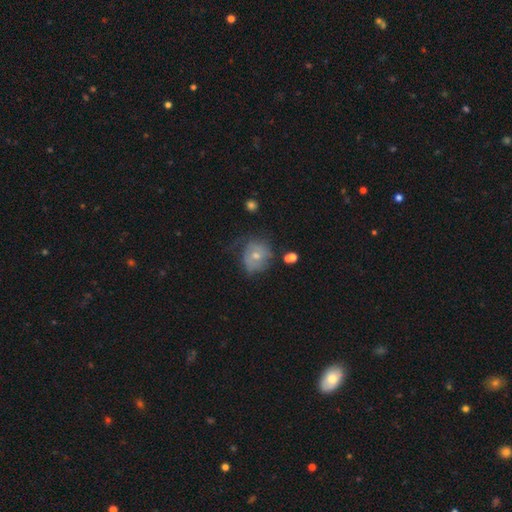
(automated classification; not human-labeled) Smooth or featured?
  - smooth: 53% *
  - featured or disk: 37%
  - star or artifact: 9%
How rounded?
  - round: 75% *
  - in between: 24%
  - cigar-shaped: 1%
Merging?
  - none: 45% *
  - minor disturbance: 31%
  - major disturbance: 20%
  - merger: 4%